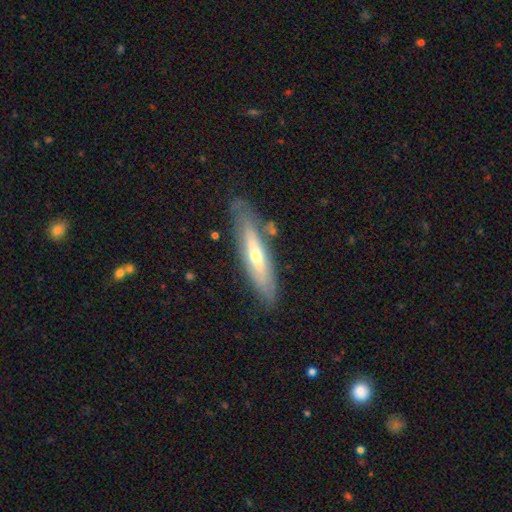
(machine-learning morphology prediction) type=featured or disk (64%); edge-on=yes (69%); merging=none (80%).